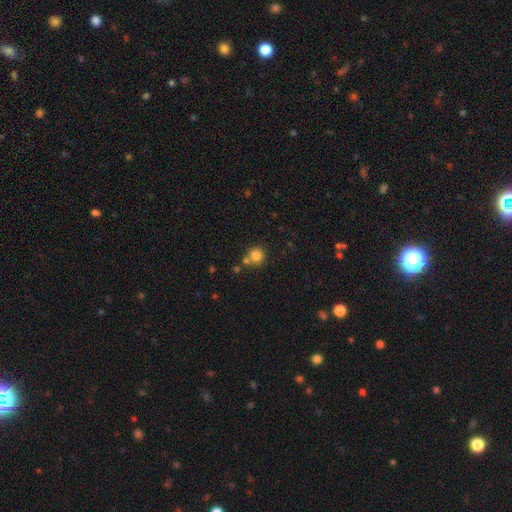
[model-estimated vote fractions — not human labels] smooth-or-featured: smooth: 82% | star or artifact: 12% | featured or disk: 6%
  how-rounded: round: 90% | in between: 9% | cigar-shaped: 1%
  merging: none: 65% | merger: 22% | minor disturbance: 10% | major disturbance: 3%